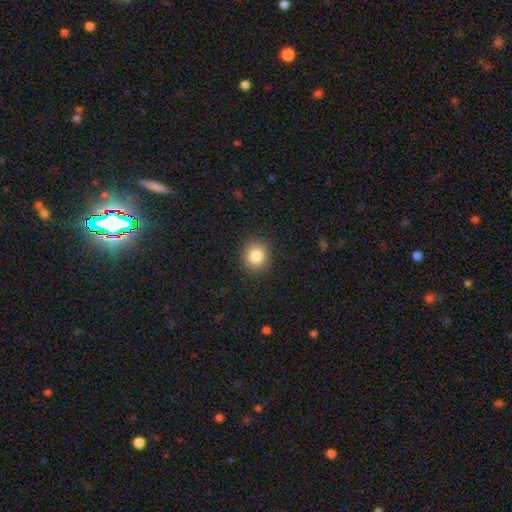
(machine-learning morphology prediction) smooth-or-featured: smooth: 84% | star or artifact: 10% | featured or disk: 6%
  how-rounded: round: 84% | in between: 15% | cigar-shaped: 1%
  merging: none: 90% | minor disturbance: 7% | major disturbance: 2% | merger: 1%